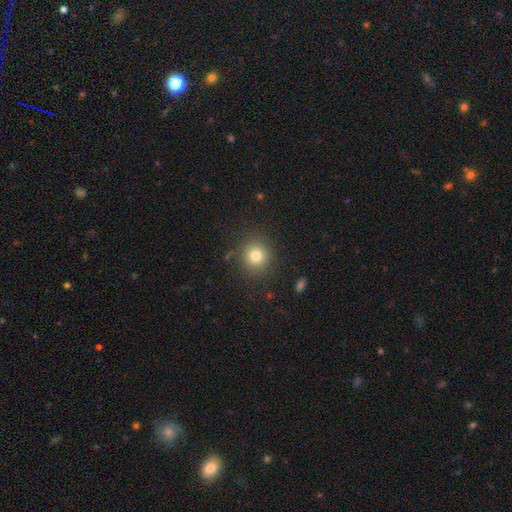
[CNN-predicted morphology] Smooth or featured: smooth — 78% (star or artifact — 13%)
How rounded: round — 90% (in between — 9%)
Merging: none — 87% (minor disturbance — 8%)